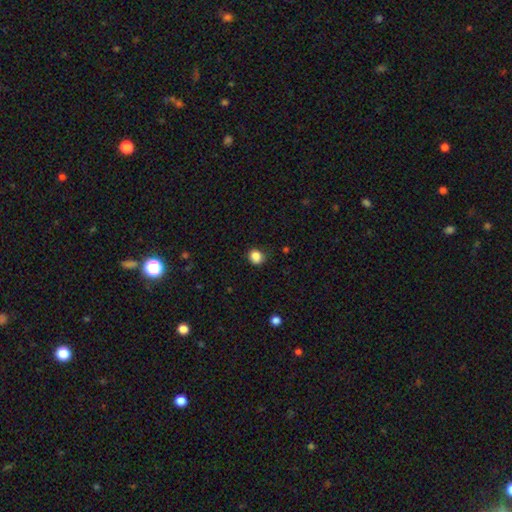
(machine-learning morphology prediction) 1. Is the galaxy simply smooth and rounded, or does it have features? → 86% smooth, 10% star or artifact, 3% featured or disk.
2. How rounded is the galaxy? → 72% round, 27% in between, 1% cigar-shaped.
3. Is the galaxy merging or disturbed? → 81% none, 14% minor disturbance, 3% major disturbance, 1% merger.